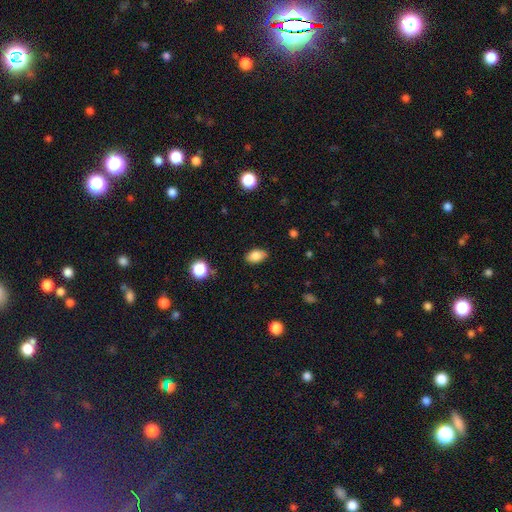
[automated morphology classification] smooth 84%, star or artifact 9%, featured or disk 7%. Down the decision tree: how rounded — in between (89%); merging — none (85%).